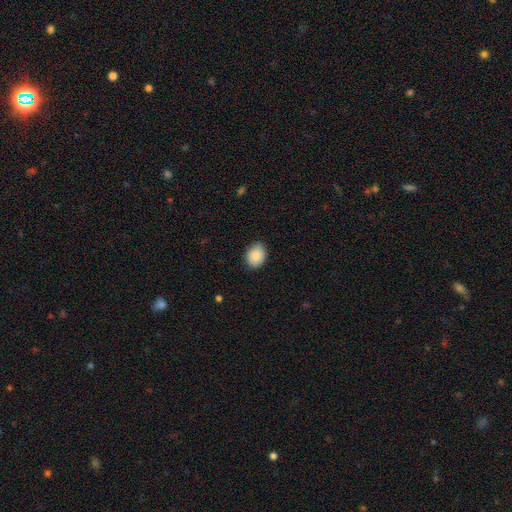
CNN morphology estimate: This appears to be a smooth galaxy with no disk features (89%) that is in between round and cigar-shaped (53%). Merging: none (81%).